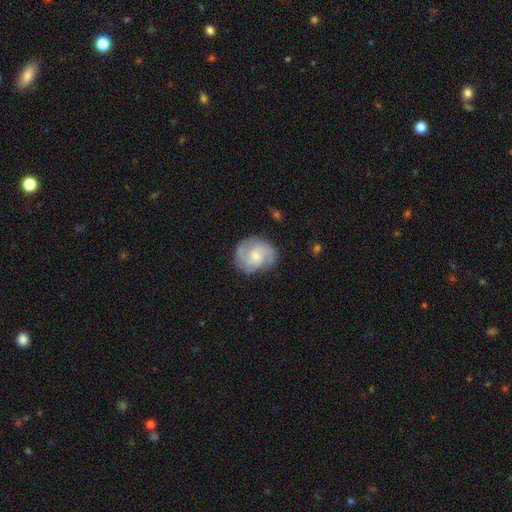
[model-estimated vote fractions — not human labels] The model was most divided on "spiral winding": medium: 48%, tight: 37%, loose: 15%. Remaining: edge-on disk — no (98%); spiral arms — yes (95%); merging — none (77%); smooth or featured — featured or disk (73%); bar — no (63%); bulge size — small (59%); spiral arm count — 2 (48%).